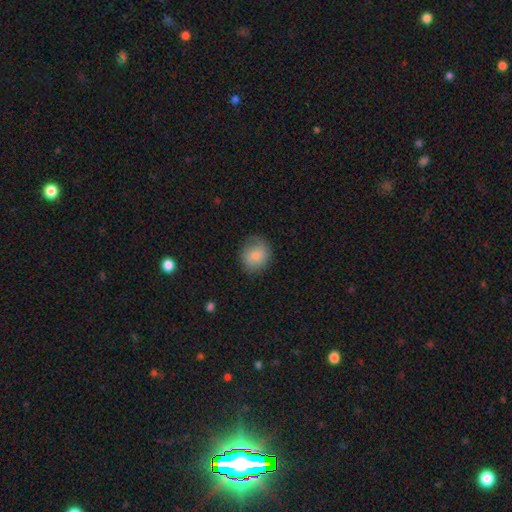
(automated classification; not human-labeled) This is likely a smooth galaxy (79%). How rounded: likely round (78%). Merging: likely none (77%).